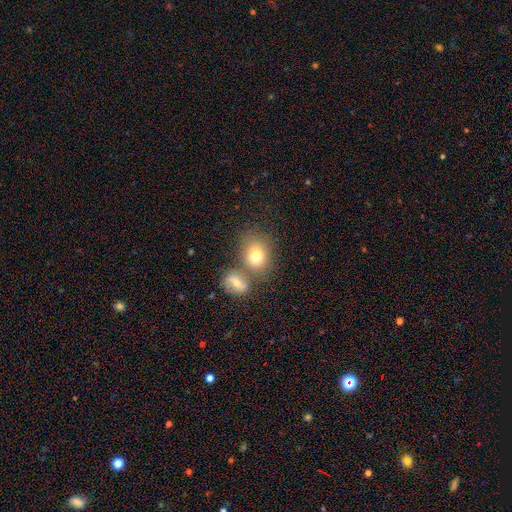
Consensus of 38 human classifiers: This is likely a smooth galaxy (68%). How rounded: possibly in between (54%). Merging: possibly none (57%).